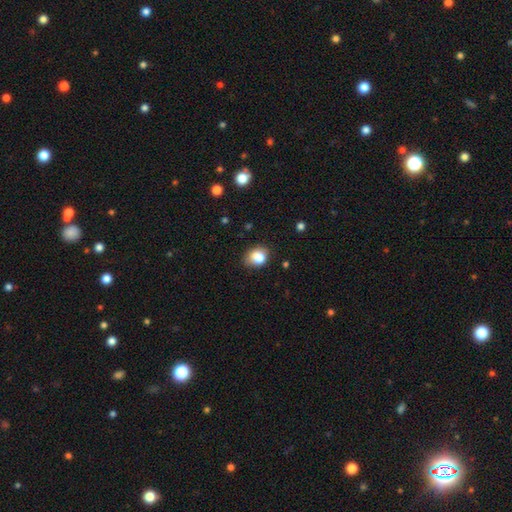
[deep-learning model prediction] Morphology: type=smooth (81%); roundness=round (53%); merging=none (68%).